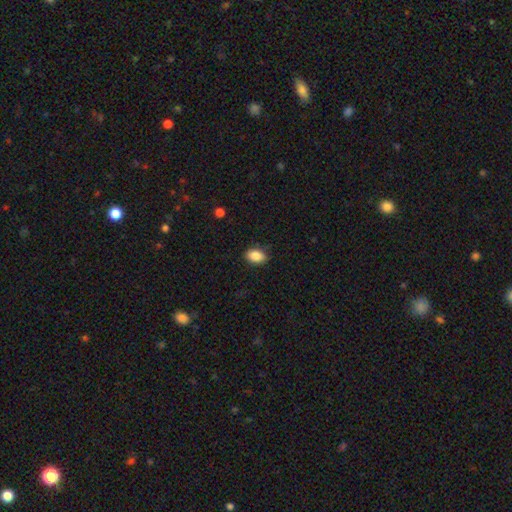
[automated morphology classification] This appears to be a smooth galaxy with no disk features (87%) that is in between round and cigar-shaped (86%). Merging: none (84%).